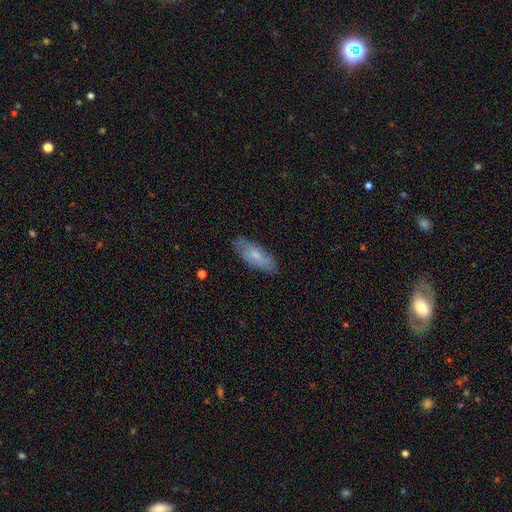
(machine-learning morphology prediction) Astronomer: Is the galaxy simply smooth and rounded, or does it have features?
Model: smooth — 64%.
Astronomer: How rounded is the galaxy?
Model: in between — 73%.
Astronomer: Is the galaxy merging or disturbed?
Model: none — 79%.